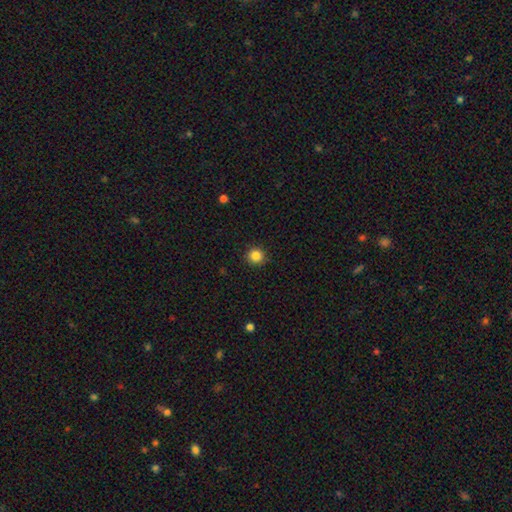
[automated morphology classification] Smooth or featured: smooth — 85% (star or artifact — 11%)
How rounded: round — 95% (in between — 4%)
Merging: none — 91% (minor disturbance — 6%)